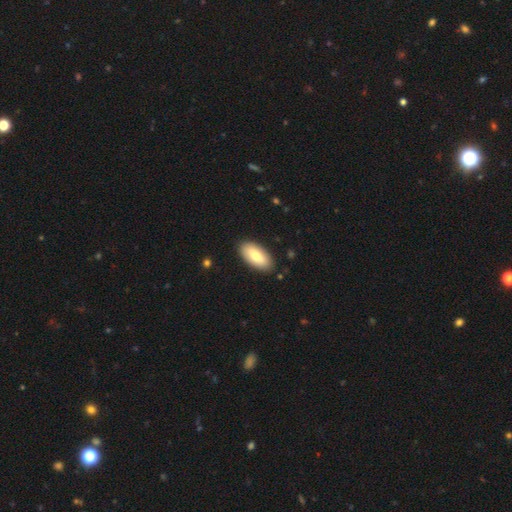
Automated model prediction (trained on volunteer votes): smooth-or-featured: smooth: 76% | featured or disk: 18% | star or artifact: 6%
  how-rounded: in between: 92% | cigar-shaped: 6% | round: 2%
  merging: none: 89% | minor disturbance: 8% | major disturbance: 2% | merger: 1%